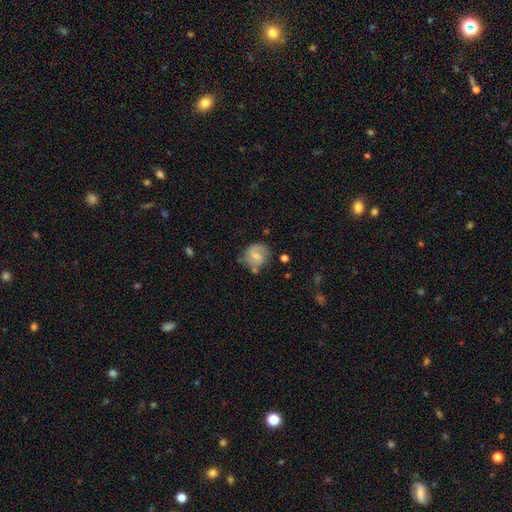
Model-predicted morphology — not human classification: type=featured or disk (53%); edge-on=no (97%); bar=weak (55%); spiral arms=yes (84%); bulge=small (46%); merging=none (63%).